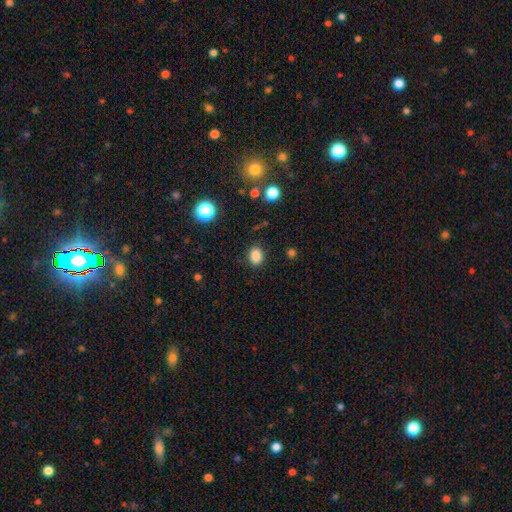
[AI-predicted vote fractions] This appears to be a smooth galaxy with no disk features (84%) that is in between round and cigar-shaped (53%). Merging: none (85%).